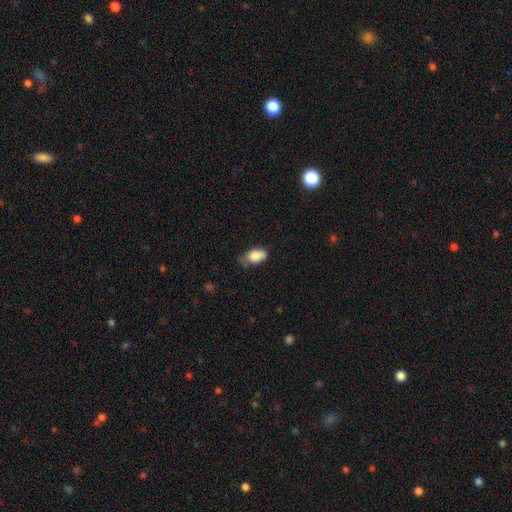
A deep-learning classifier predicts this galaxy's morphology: Q: Smooth or featured?
A: smooth (85%); runner-up: featured or disk (7%)
Q: How rounded?
A: in between (91%); runner-up: round (6%)
Q: Merging?
A: none (47%); runner-up: minor disturbance (40%)